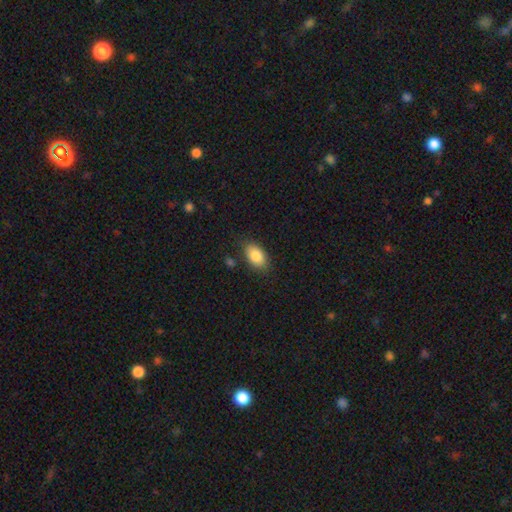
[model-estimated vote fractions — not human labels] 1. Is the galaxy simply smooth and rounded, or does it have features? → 85% smooth, 8% featured or disk, 7% star or artifact.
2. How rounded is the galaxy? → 90% in between, 8% round, 2% cigar-shaped.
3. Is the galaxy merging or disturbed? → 82% none, 13% minor disturbance, 3% major disturbance, 2% merger.